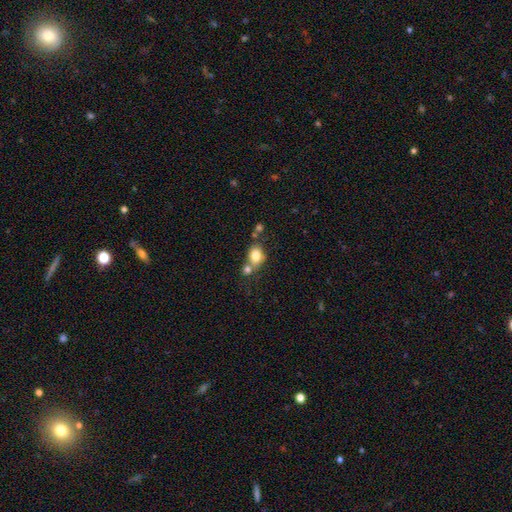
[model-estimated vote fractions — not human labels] Smooth or featured: smooth — 79% (featured or disk — 11%)
How rounded: in between — 52% (round — 47%)
Merging: none — 47% (merger — 35%)